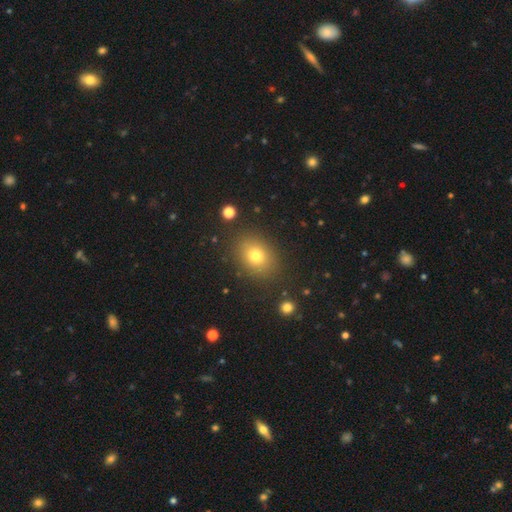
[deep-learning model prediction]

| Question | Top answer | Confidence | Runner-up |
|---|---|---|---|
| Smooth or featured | smooth | 75% | star or artifact (14%) |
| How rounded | in between | 58% | round (41%) |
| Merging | none | 86% | minor disturbance (9%) |